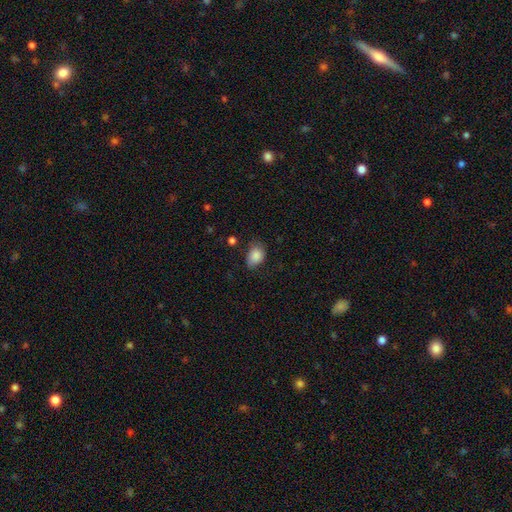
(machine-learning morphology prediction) This appears to be a smooth galaxy with no disk features (86%) that is in between round and cigar-shaped (69%). Merging: none (62%).